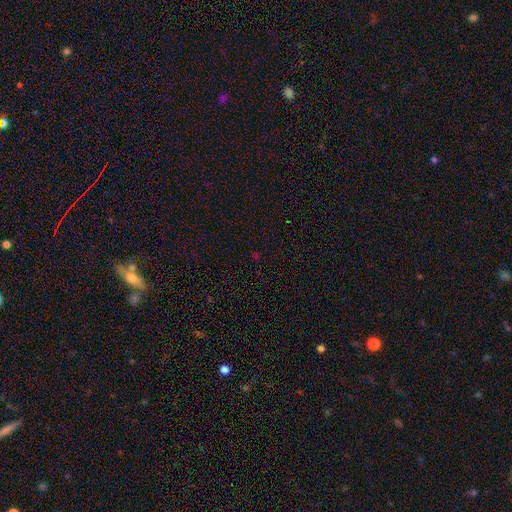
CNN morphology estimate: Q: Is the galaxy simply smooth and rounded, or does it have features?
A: star or artifact — 66%.